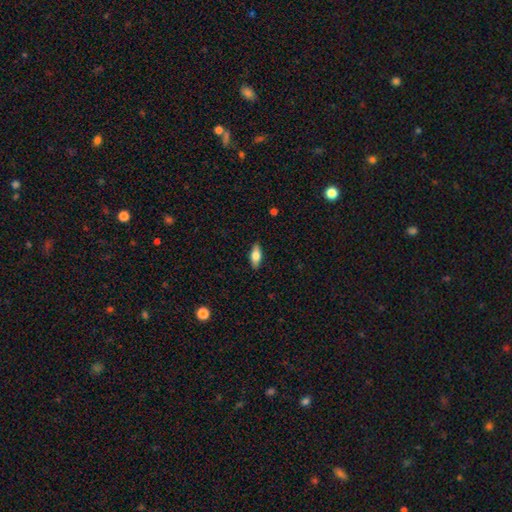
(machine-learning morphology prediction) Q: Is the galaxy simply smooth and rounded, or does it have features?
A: smooth — 74%.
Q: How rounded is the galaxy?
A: in between — 81%.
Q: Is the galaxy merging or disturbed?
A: none — 88%.